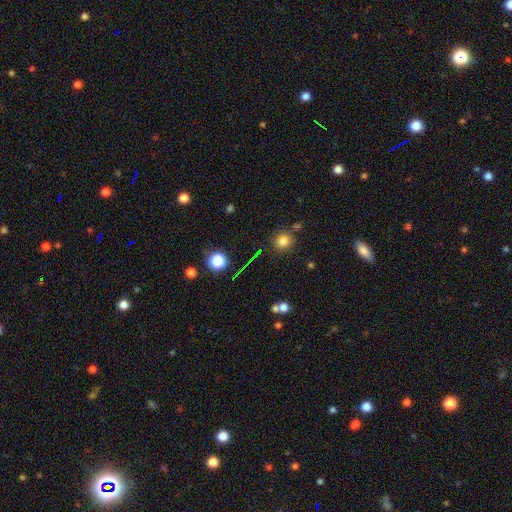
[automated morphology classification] A smooth galaxy with no disk features (50%) that is round (80%).

Vote fractions:
- Smooth or featured? smooth: 50% / star or artifact: 39% / featured or disk: 11%
- How rounded? round: 80% / in between: 15% / cigar-shaped: 5%
- Merging? none: 82% / minor disturbance: 9% / merger: 5% / major disturbance: 4%